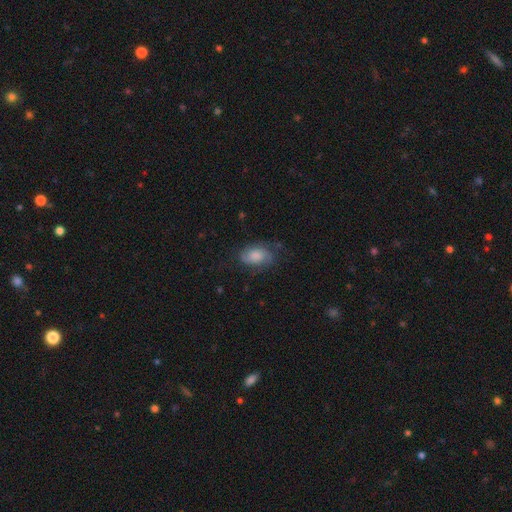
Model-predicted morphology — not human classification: smooth_or_featured: smooth (p=0.51) [alt: featured or disk p=0.40]
how_rounded: in between (p=0.87) [alt: round p=0.11]
merging: none (p=0.61) [alt: minor disturbance p=0.25]